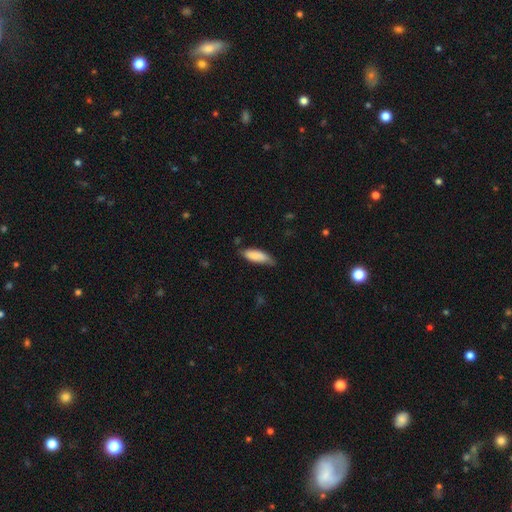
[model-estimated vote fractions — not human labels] smooth 85%, featured or disk 9%, star or artifact 6%. Down the decision tree: how rounded — in between (63%); merging — none (59%).